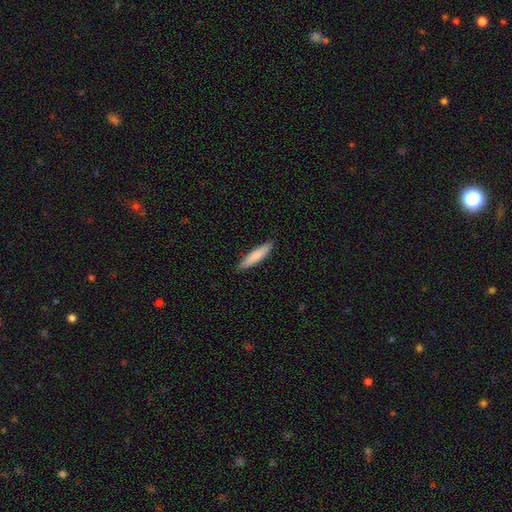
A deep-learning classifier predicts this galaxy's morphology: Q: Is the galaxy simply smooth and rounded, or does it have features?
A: smooth — 80%.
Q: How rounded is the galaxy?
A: cigar-shaped — 83%.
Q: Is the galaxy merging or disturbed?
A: none — 90%.